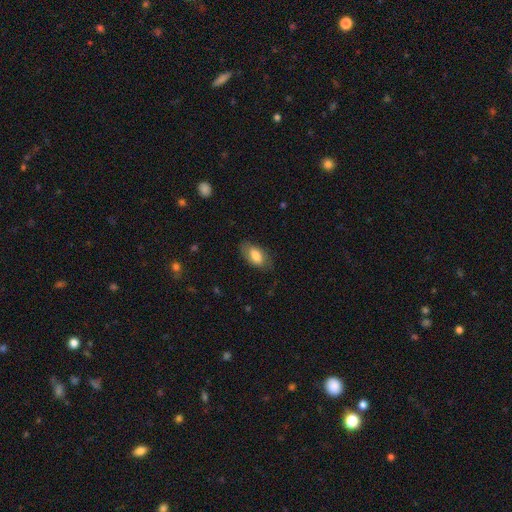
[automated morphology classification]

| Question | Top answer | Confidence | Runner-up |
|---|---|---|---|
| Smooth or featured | smooth | 77% | featured or disk (16%) |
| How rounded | in between | 91% | cigar-shaped (5%) |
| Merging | none | 77% | minor disturbance (17%) |